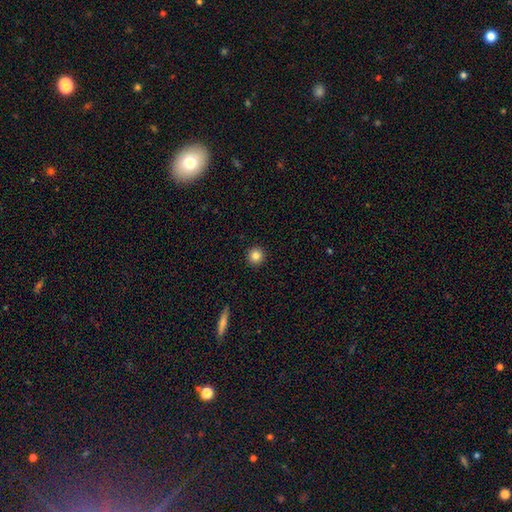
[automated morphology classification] Smooth or featured?
  - smooth: 83% *
  - star or artifact: 11%
  - featured or disk: 6%
How rounded?
  - round: 95% *
  - in between: 4%
  - cigar-shaped: 1%
Merging?
  - none: 93% *
  - minor disturbance: 4%
  - major disturbance: 1%
  - merger: 1%